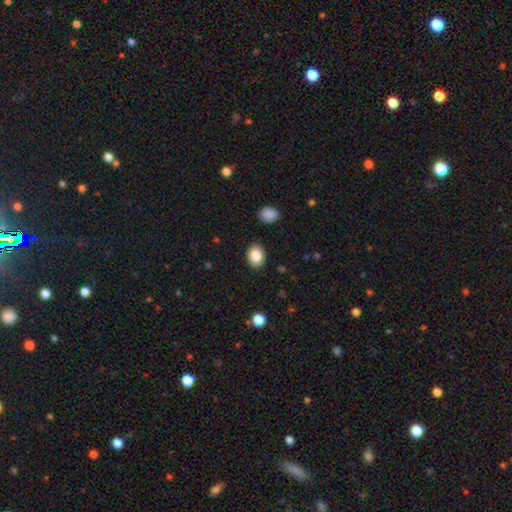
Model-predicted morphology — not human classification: smooth-or-featured: smooth: 86% | star or artifact: 8% | featured or disk: 6%
  how-rounded: in between: 73% | round: 26% | cigar-shaped: 1%
  merging: none: 88% | minor disturbance: 9% | major disturbance: 2% | merger: 1%